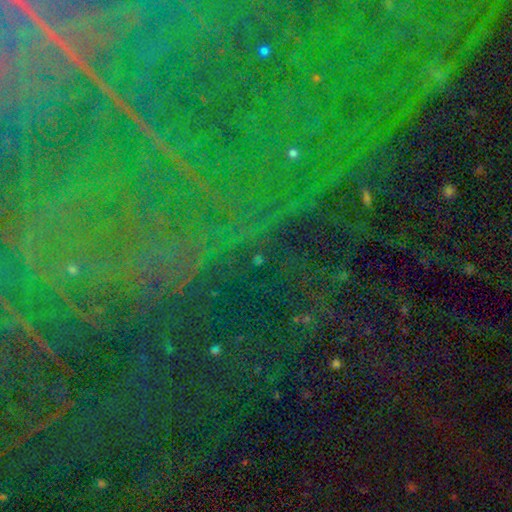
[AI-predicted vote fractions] Morphology: type=star or artifact (85%).